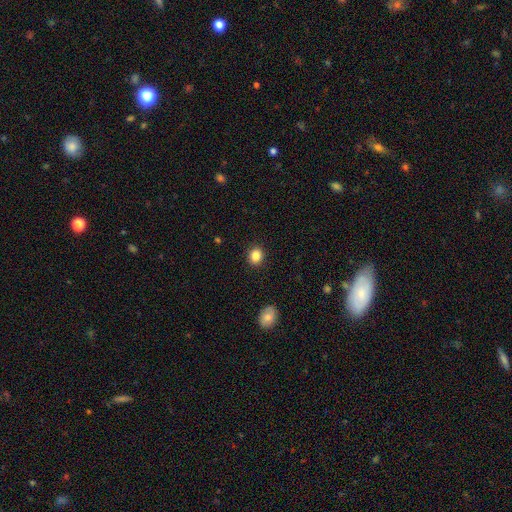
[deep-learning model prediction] Smooth or featured: smooth — 85% (star or artifact — 10%)
How rounded: round — 68% (in between — 31%)
Merging: none — 90% (minor disturbance — 7%)